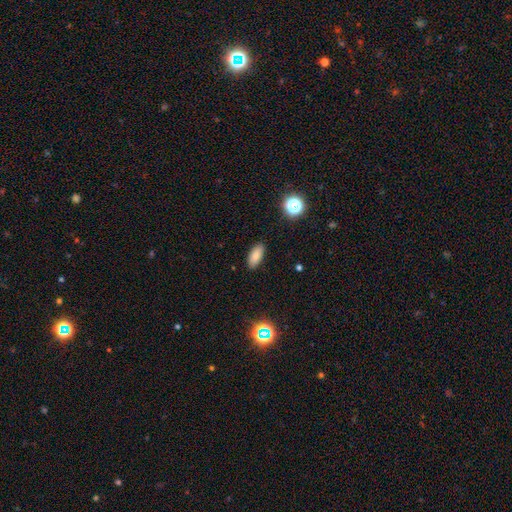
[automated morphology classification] A smooth galaxy with no disk features (83%) that is in between round and cigar-shaped (85%). Merging: none (88%).